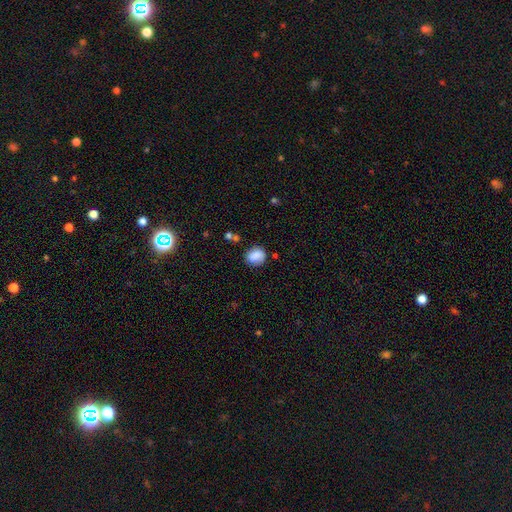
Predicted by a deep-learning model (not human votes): Smooth or featured? smooth (80%)
How rounded? round (68%)
Merging? none (73%)